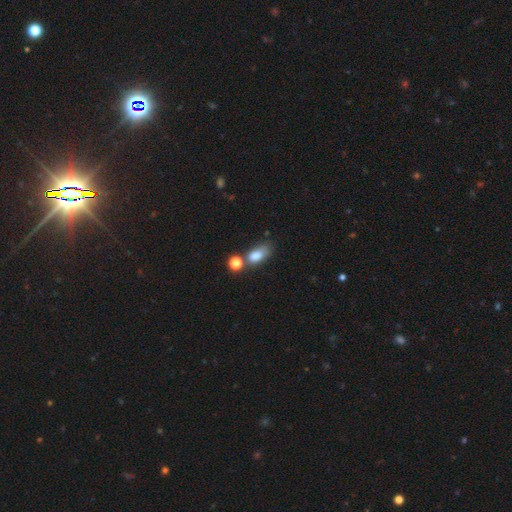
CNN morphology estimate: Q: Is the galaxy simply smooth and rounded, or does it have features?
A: smooth — 79%.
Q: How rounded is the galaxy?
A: in between — 81%.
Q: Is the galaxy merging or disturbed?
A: none — 43%.